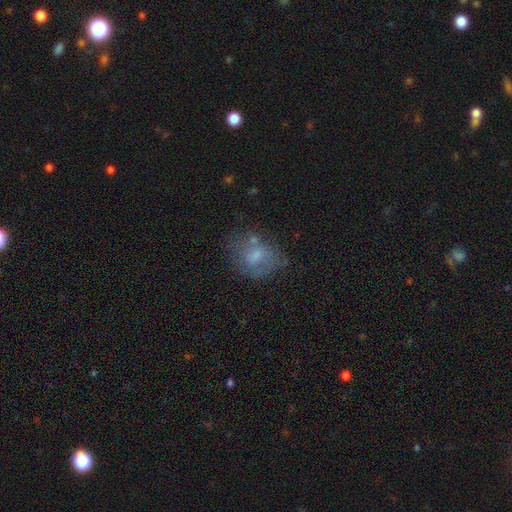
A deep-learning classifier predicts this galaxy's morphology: This appears to be a smooth galaxy with no disk features (46%). Merging: none (55%).